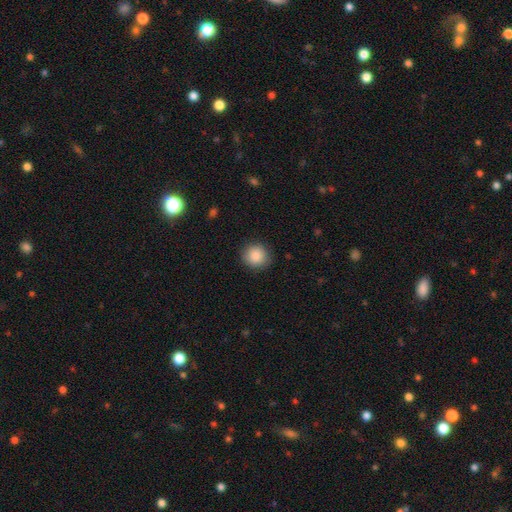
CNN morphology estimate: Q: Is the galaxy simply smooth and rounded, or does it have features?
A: smooth — 89%.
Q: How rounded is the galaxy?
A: round — 89%.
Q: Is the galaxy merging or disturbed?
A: none — 88%.